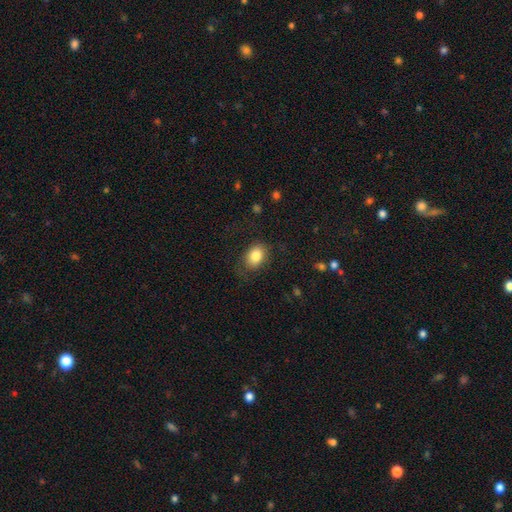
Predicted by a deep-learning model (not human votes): Smooth or featured? smooth (83%)
How rounded? in between (69%)
Merging? none (75%)